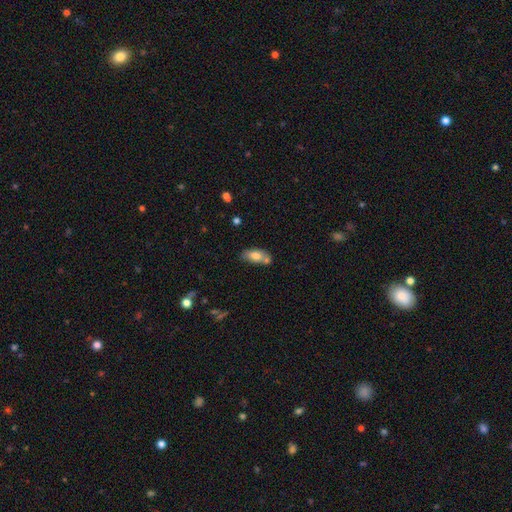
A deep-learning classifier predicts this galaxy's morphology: Smooth or featured? Predicted: smooth (p=0.75). How rounded? Predicted: in between (p=0.89). Merging? Predicted: none (p=0.56).